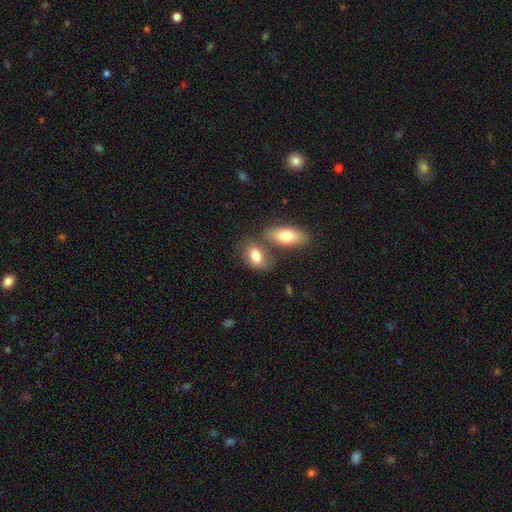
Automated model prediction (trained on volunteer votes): Smooth or featured?
  - smooth: 80% *
  - featured or disk: 13%
  - star or artifact: 7%
How rounded?
  - in between: 86% *
  - round: 11%
  - cigar-shaped: 3%
Merging?
  - none: 51% *
  - merger: 31%
  - minor disturbance: 13%
  - major disturbance: 5%